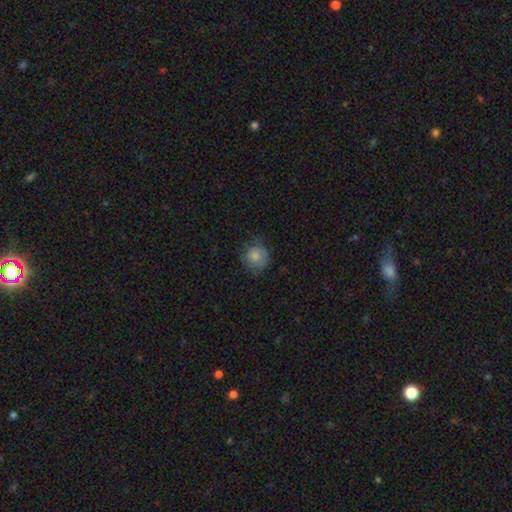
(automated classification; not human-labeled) Overall: smooth (81%). How rounded: round (88%). Merging: none (69%).